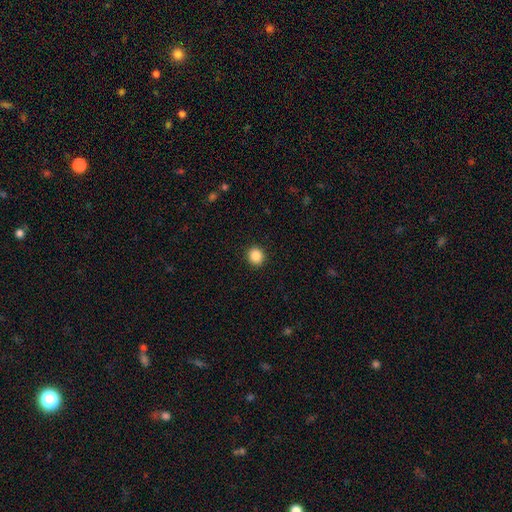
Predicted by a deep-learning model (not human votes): This appears to be a smooth galaxy with no disk features (87%) that is round (89%). Merging: none (92%).